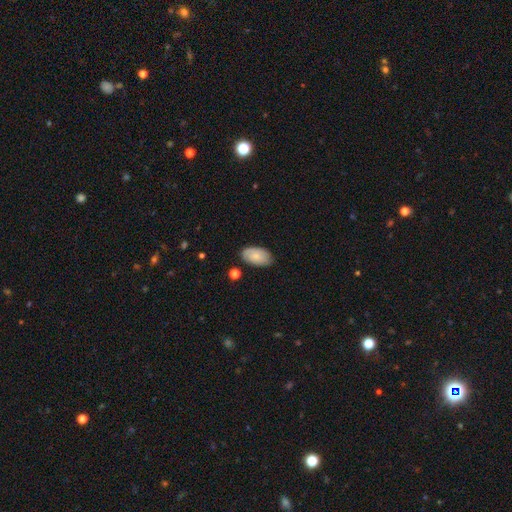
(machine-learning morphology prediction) A smooth galaxy with no disk features (69%) that is in between round and cigar-shaped (94%).

Vote fractions:
- Smooth or featured? smooth: 69% / featured or disk: 24% / star or artifact: 7%
- How rounded? in between: 94% / round: 4% / cigar-shaped: 2%
- Merging? none: 78% / minor disturbance: 16% / major disturbance: 3% / merger: 2%